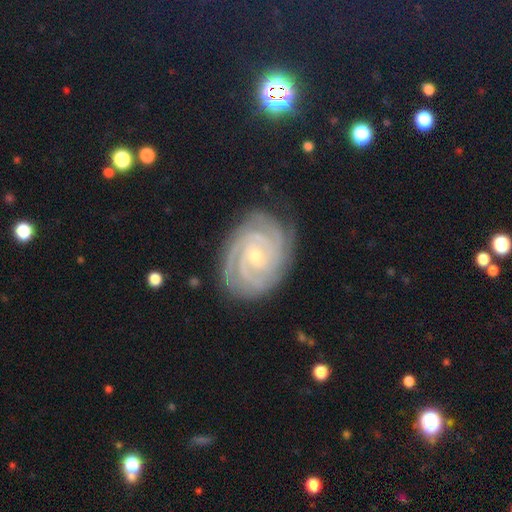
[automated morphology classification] Smooth or featured? Predicted: featured or disk (p=0.90). Edge-on disk? Predicted: no (p=0.97). Bar? Predicted: no (p=0.61). Spiral arms? Predicted: yes (p=0.98). Spiral winding? Predicted: tight (p=0.82). Spiral arm count? Predicted: 3 (p=0.31). Bulge size? Predicted: small (p=0.62). Merging? Predicted: none (p=0.81).